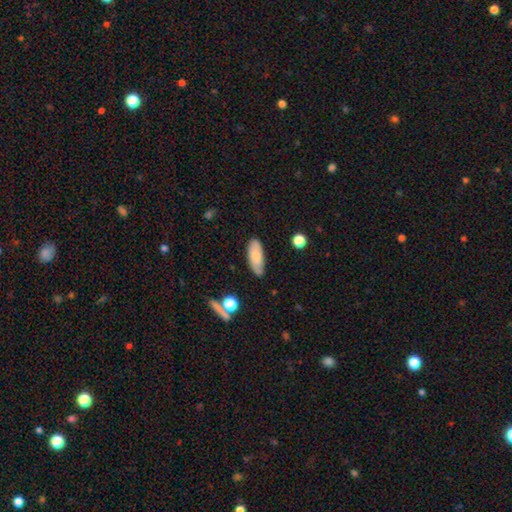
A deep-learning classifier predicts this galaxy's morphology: The model was most divided on "merging": none: 74%, minor disturbance: 20%, major disturbance: 4%, merger: 2%. More confident: smooth or featured — smooth (78%); how rounded — in between (77%).